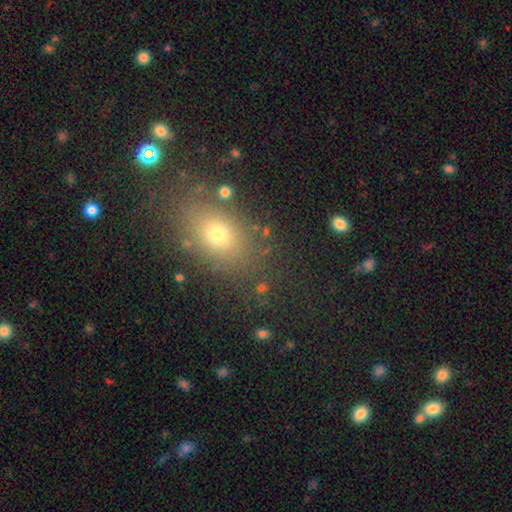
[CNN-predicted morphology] This is likely a smooth galaxy (66%). How rounded: likely in between (68%). Merging: clearly none (83%).